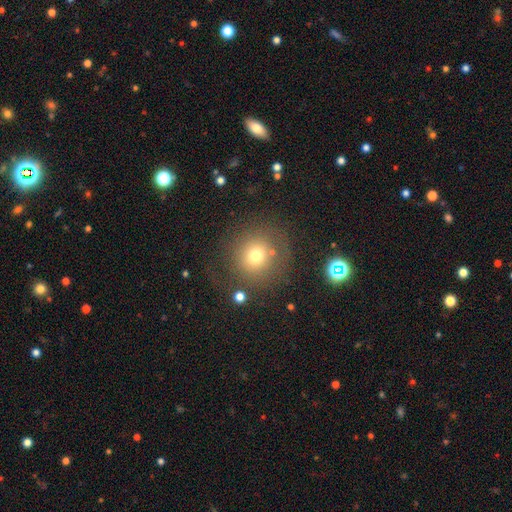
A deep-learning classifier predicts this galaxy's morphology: smooth 71%, star or artifact 16%, featured or disk 13%. Down the decision tree: how rounded — round (91%); merging — none (74%).